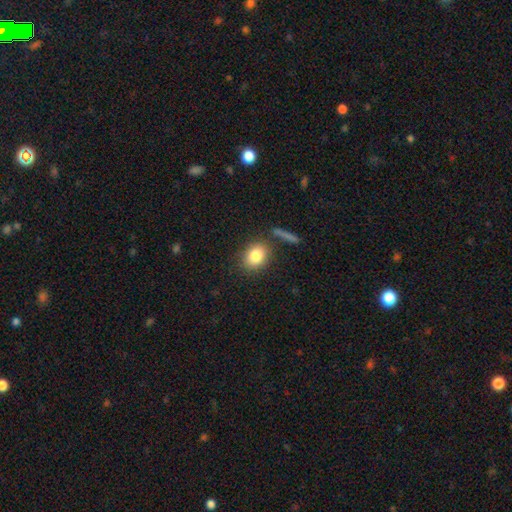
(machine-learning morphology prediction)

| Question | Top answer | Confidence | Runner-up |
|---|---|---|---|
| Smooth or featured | smooth | 84% | star or artifact (8%) |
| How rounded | in between | 60% | round (39%) |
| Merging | none | 77% | minor disturbance (12%) |